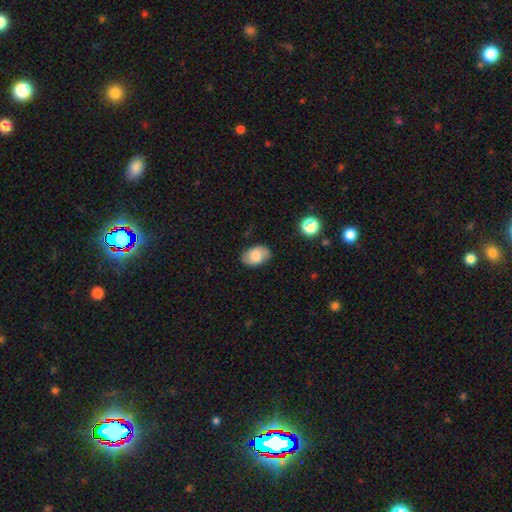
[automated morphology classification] Smooth or featured?
  - smooth: 74% *
  - featured or disk: 18%
  - star or artifact: 8%
How rounded?
  - in between: 89% *
  - round: 9%
  - cigar-shaped: 1%
Merging?
  - none: 81% *
  - minor disturbance: 14%
  - major disturbance: 3%
  - merger: 1%